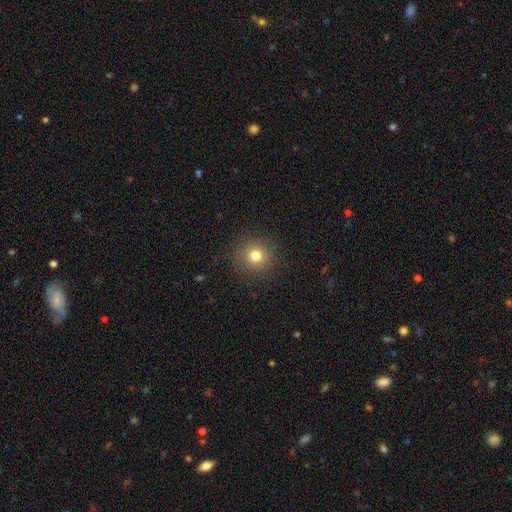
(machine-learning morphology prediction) Smooth or featured: smooth — 78% (star or artifact — 15%)
How rounded: round — 92% (in between — 7%)
Merging: none — 90% (minor disturbance — 6%)